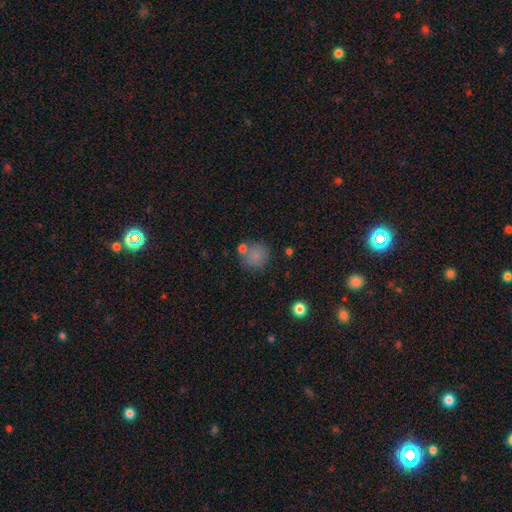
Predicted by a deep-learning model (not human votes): smooth 80%, star or artifact 11%, featured or disk 8%. Down the decision tree: how rounded — round (86%); merging — none (66%).